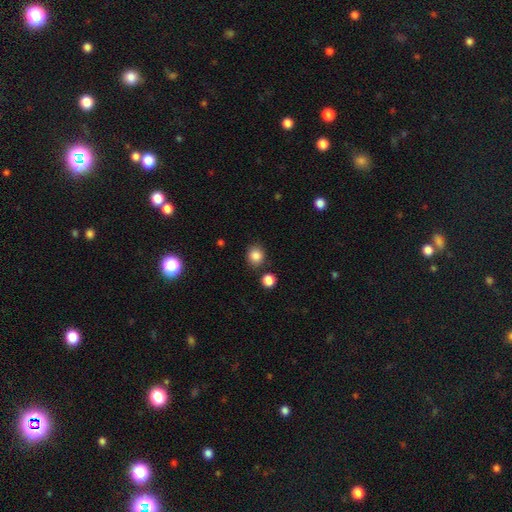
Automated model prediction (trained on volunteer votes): Smooth or featured? smooth (86%)
How rounded? round (79%)
Merging? none (83%)